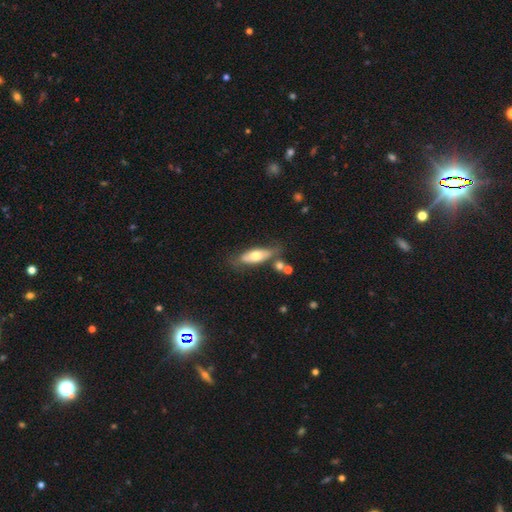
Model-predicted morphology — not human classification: Overall: smooth (58%; featured or disk 36%). How rounded: in between (65%; cigar-shaped 32%). Merging: none (64%).